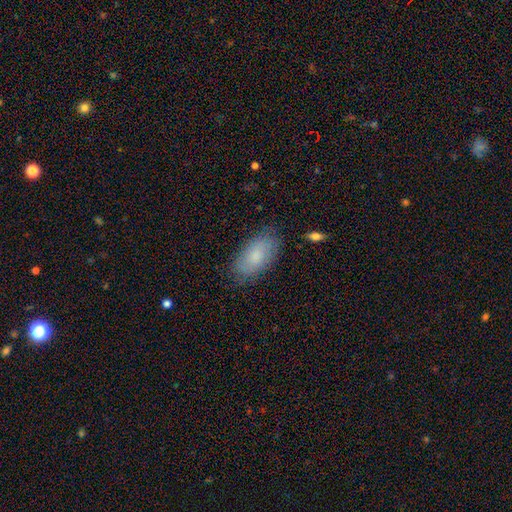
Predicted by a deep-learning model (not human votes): smooth_or_featured: smooth (p=0.76) [alt: featured or disk p=0.17]
how_rounded: in between (p=0.94) [alt: cigar-shaped p=0.03]
merging: none (p=0.80) [alt: minor disturbance p=0.16]